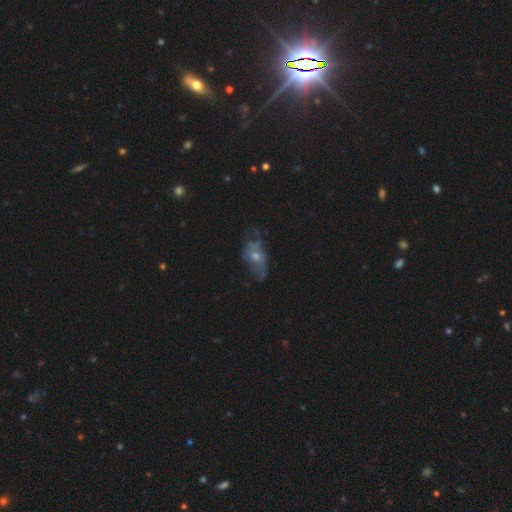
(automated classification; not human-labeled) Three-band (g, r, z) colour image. It shows a featured or disk galaxy (53%). Merging: none (48%).